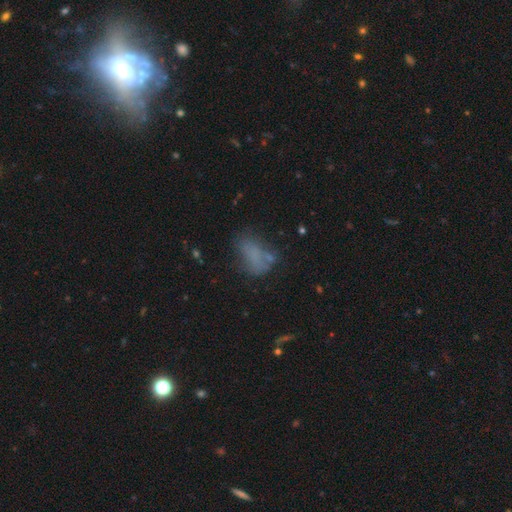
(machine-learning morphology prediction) A smooth galaxy with no disk features (64%) that is in between round and cigar-shaped (85%). Merging: none (45%).